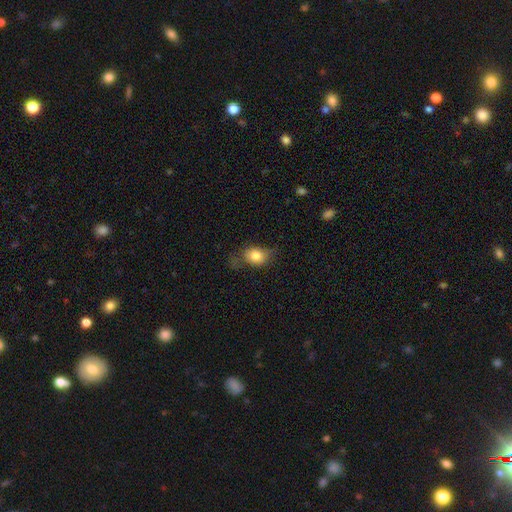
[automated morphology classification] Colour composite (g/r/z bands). It shows a smooth galaxy with no disk features (78%) that is in between round and cigar-shaped (64%). Merging: none (53%).